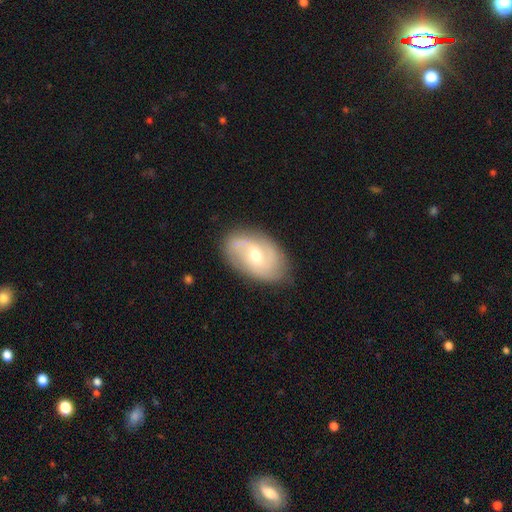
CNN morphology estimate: smooth_or_featured: featured or disk (p=0.68) [alt: smooth p=0.25]
disk_edge_on: no (p=0.95) [alt: yes p=0.05]
bar: weak (p=0.46) [alt: no p=0.43]
has_spiral_arms: yes (p=0.85) [alt: no p=0.15]
spiral_winding: medium (p=0.42) [alt: tight p=0.30]
spiral_arm_count: 2 (p=0.64) [alt: can't tell p=0.19]
bulge_size: moderate (p=0.64) [alt: small p=0.31]
merging: none (p=0.79) [alt: minor disturbance p=0.16]